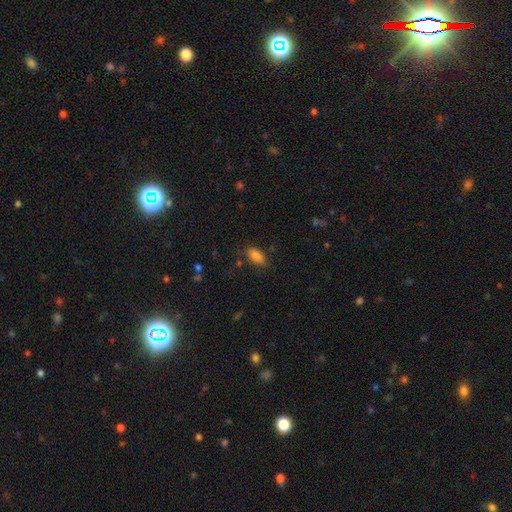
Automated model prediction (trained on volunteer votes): This appears to be a smooth galaxy with no disk features (85%) that is in between round and cigar-shaped (89%). Merging: none (77%).